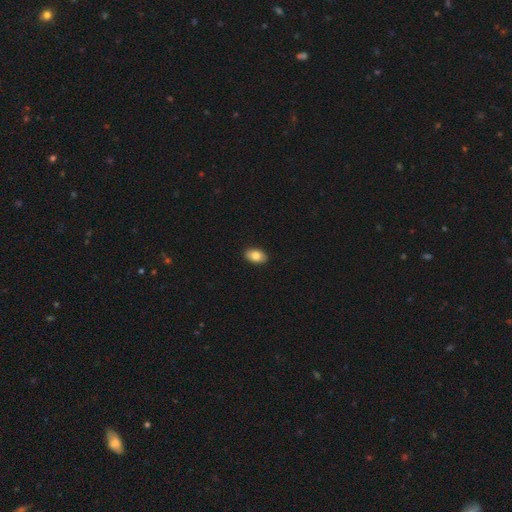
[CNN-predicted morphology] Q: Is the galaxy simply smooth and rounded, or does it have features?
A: smooth — 82%.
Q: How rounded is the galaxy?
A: in between — 90%.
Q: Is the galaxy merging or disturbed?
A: none — 91%.